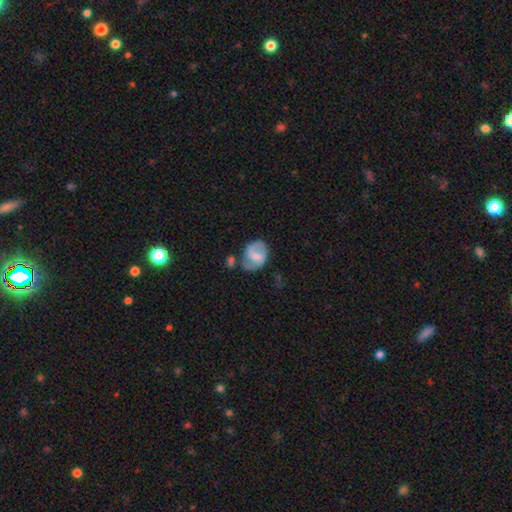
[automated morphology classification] Smooth or featured? featured or disk (55%)
Edge-on disk? no (97%)
Bar? weak (50%)
Spiral arms? yes (73%)
Bulge size? moderate (46%)
Merging? none (51%)